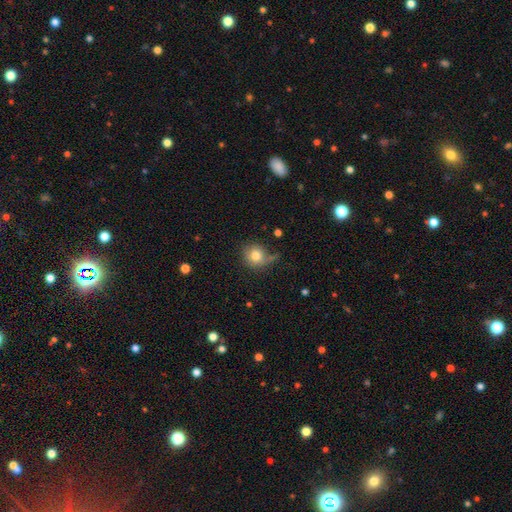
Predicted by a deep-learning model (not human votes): A smooth galaxy with no disk features (76%) that is round (80%). Merging: none (54%).